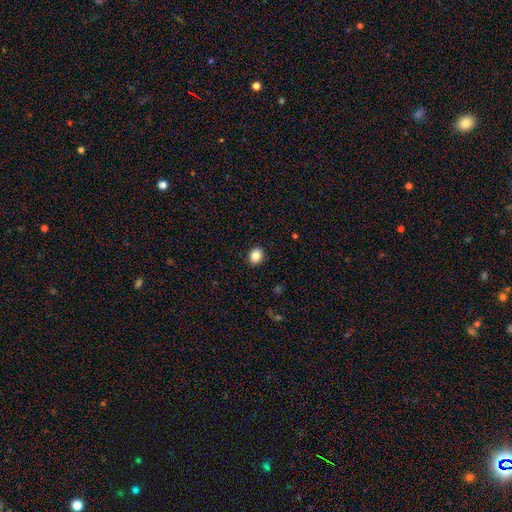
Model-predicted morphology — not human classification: Smooth or featured: smooth — 86% (star or artifact — 9%)
How rounded: round — 54% (in between — 45%)
Merging: none — 91% (minor disturbance — 6%)